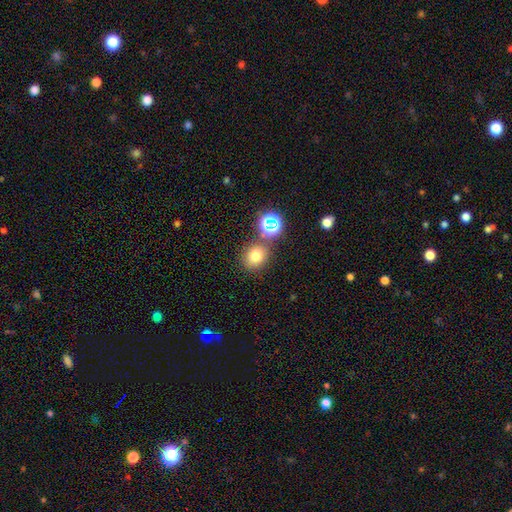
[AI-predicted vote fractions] Smooth or featured?
  - smooth: 73% *
  - star or artifact: 19%
  - featured or disk: 8%
How rounded?
  - round: 71% *
  - in between: 28%
  - cigar-shaped: 1%
Merging?
  - none: 74% *
  - merger: 13%
  - minor disturbance: 10%
  - major disturbance: 3%